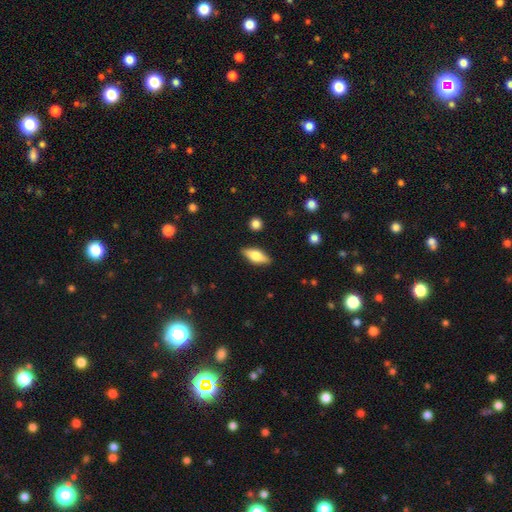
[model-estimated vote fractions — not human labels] This appears to be a smooth galaxy with no disk features (54%) that is in between round and cigar-shaped (67%). Merging: none (87%).